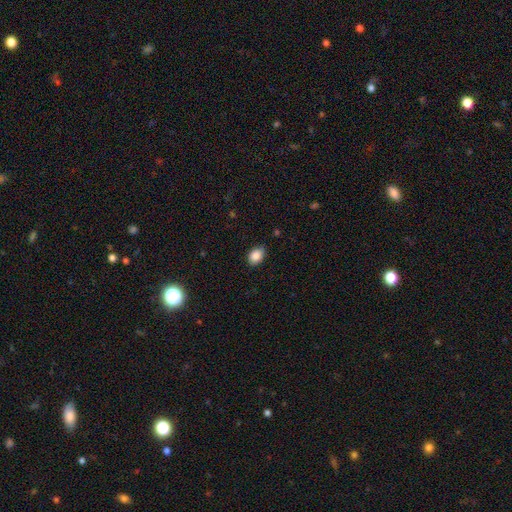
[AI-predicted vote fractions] Overall: smooth (87%). How rounded: in between (79%). Merging: none (85%).